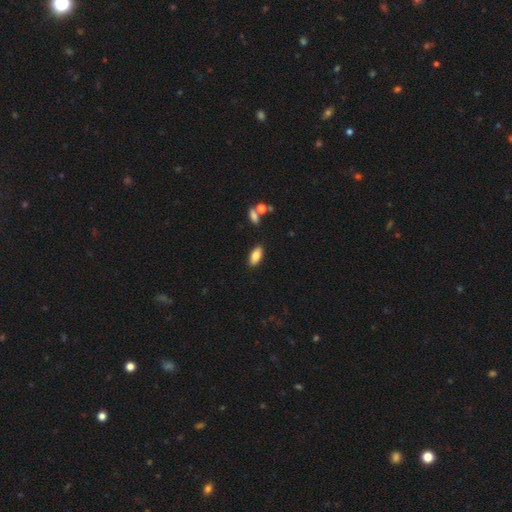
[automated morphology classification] The model was most divided on "smooth or featured": smooth: 80%, featured or disk: 12%, star or artifact: 8%. More confident: how rounded — in between (88%); merging — none (86%).